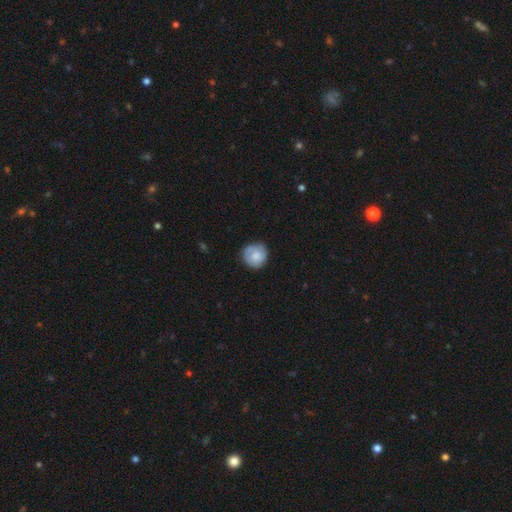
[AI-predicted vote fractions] Smooth or featured: smooth — 70% (featured or disk — 23%)
How rounded: round — 90% (in between — 9%)
Merging: none — 75% (minor disturbance — 19%)